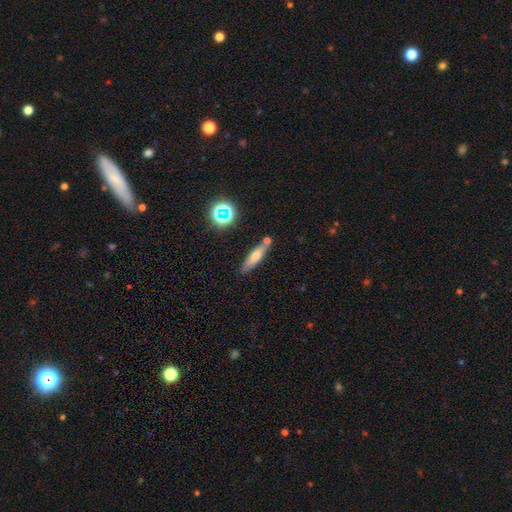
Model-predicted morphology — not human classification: Smooth or featured: smooth — 59% (featured or disk — 29%)
How rounded: cigar-shaped — 74% (in between — 22%)
Merging: none — 71% (minor disturbance — 14%)